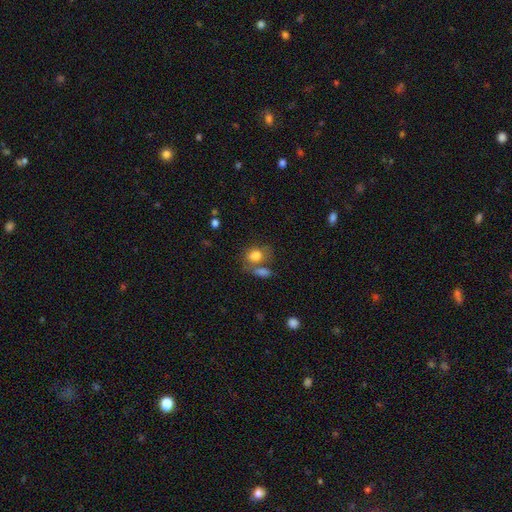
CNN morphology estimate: Smooth or featured?
  - smooth: 79% *
  - featured or disk: 11%
  - star or artifact: 9%
How rounded?
  - in between: 63% *
  - round: 35%
  - cigar-shaped: 2%
Merging?
  - none: 41% *
  - merger: 35%
  - minor disturbance: 15%
  - major disturbance: 9%